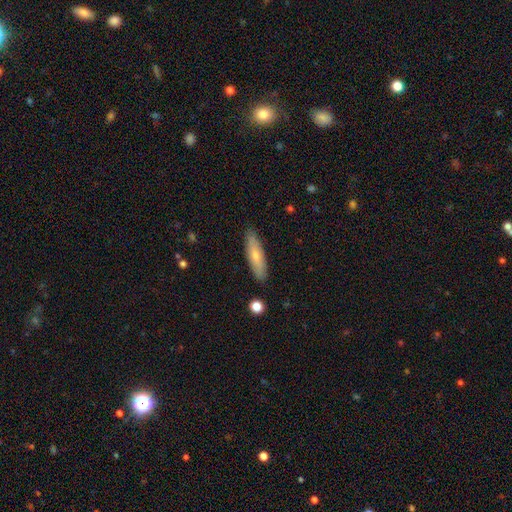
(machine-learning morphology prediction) This is likely a smooth galaxy (68%). How rounded: likely cigar-shaped (66%). Merging: clearly none (87%).